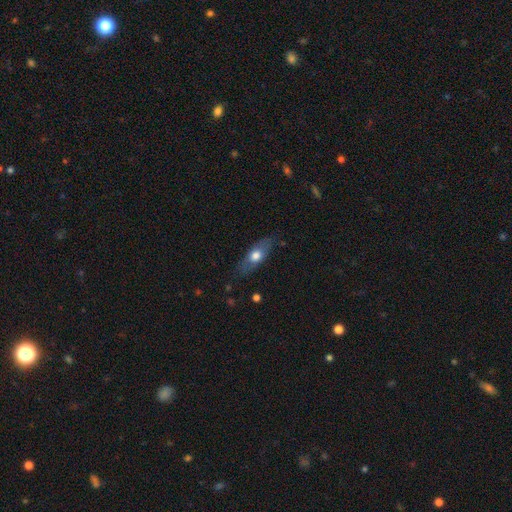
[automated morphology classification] smooth 59%, featured or disk 35%, star or artifact 6%. Down the decision tree: how rounded — in between (66%); merging — none (80%).